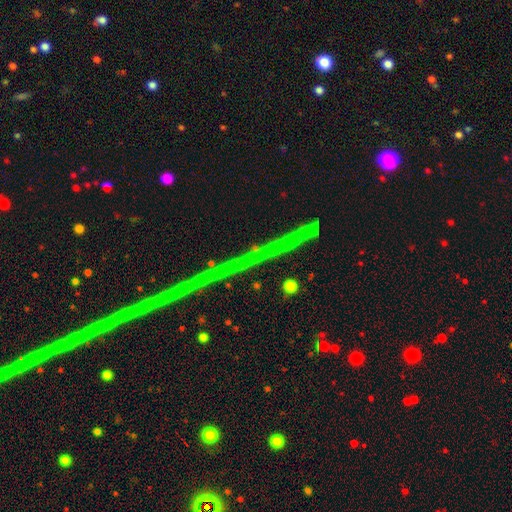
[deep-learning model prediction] The model was most divided on "smooth or featured": star or artifact: 71%, featured or disk: 16%, smooth: 13%.